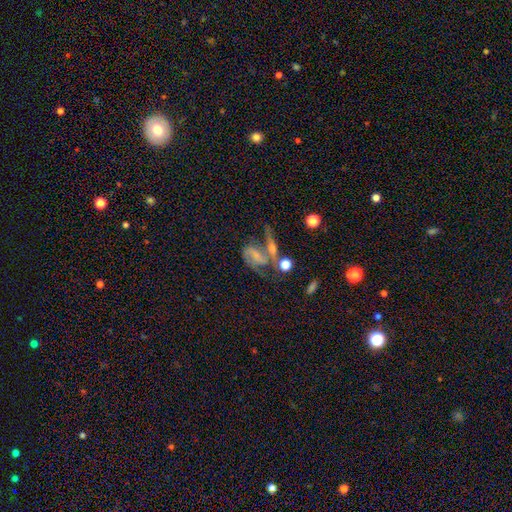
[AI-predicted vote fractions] Smooth or featured: featured or disk — 62% (smooth — 26%)
Edge-on disk: no — 94% (yes — 6%)
Bar: no — 47% (weak — 34%)
Spiral arms: yes — 84% (no — 16%)
Bulge size: small — 37% (none — 35%)
Merging: merger — 38% (none — 26%)